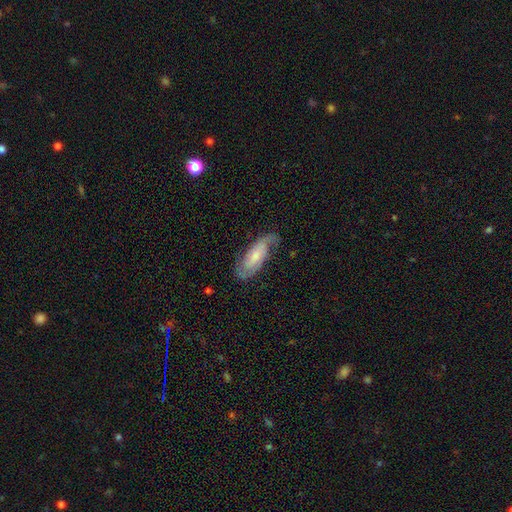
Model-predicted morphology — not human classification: The model was most divided on "bulge size": small: 40%, moderate: 37%, none: 12%, large: 9%, dominant: 2%. Remaining: spiral arms — yes (94%); edge-on disk — no (91%); spiral arm count — 2 (82%); smooth or featured — featured or disk (74%); merging — none (70%); bar — no (51%); spiral winding — medium (45%).